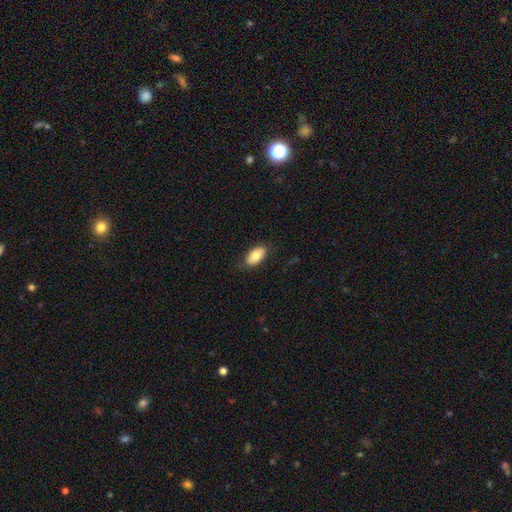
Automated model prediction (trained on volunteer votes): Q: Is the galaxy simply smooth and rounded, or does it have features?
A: smooth — 77%.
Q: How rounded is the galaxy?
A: in between — 94%.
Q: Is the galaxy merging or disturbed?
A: none — 82%.